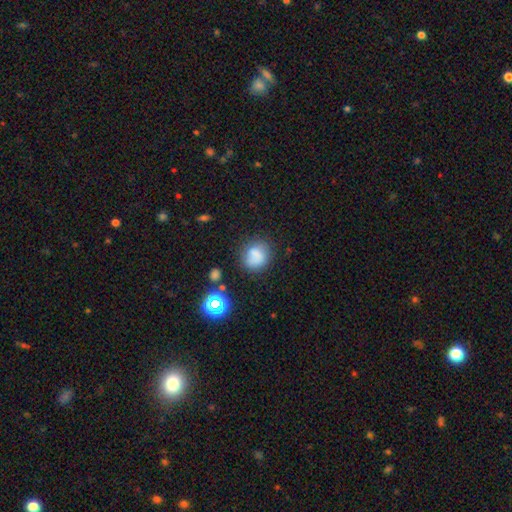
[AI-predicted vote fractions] smooth 76%, star or artifact 12%, featured or disk 12%. Down the decision tree: how rounded — round (74%); merging — none (65%).